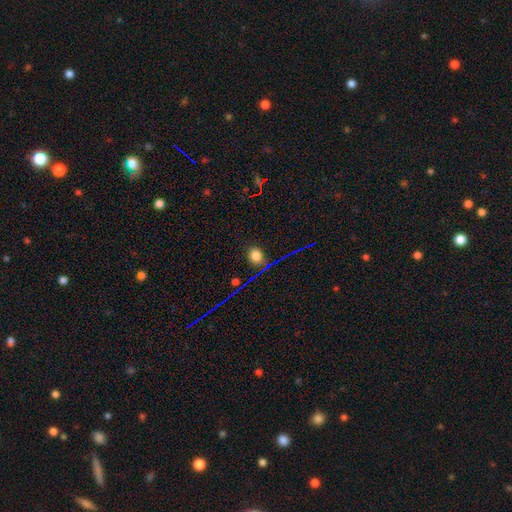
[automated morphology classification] Overall: smooth (76%). How rounded: round (62%; in between 36%). Merging: none (79%).